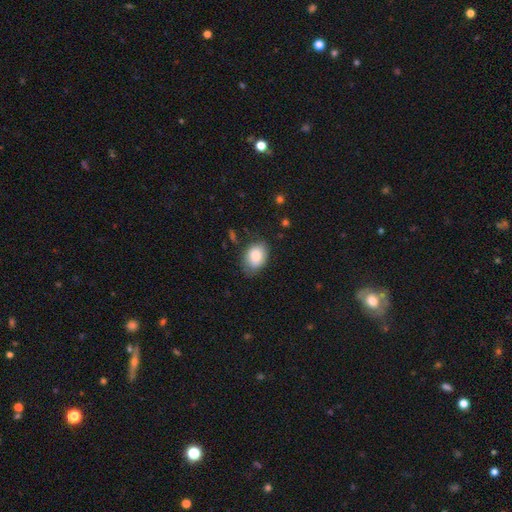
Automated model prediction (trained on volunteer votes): A smooth galaxy with no disk features (82%) that is in between round and cigar-shaped (79%). Merging: none (72%).